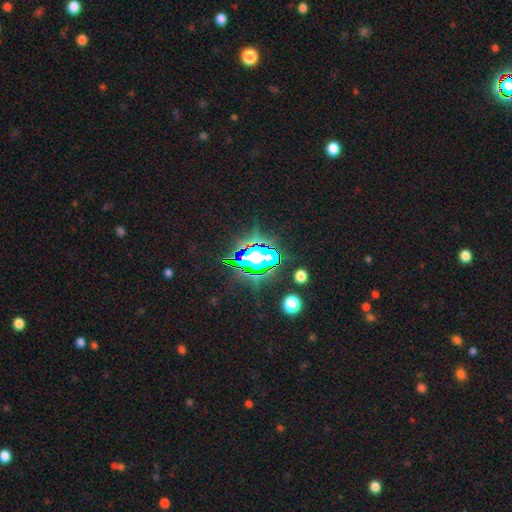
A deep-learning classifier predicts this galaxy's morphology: This is likely a star or artifact rather than a galaxy (69%).